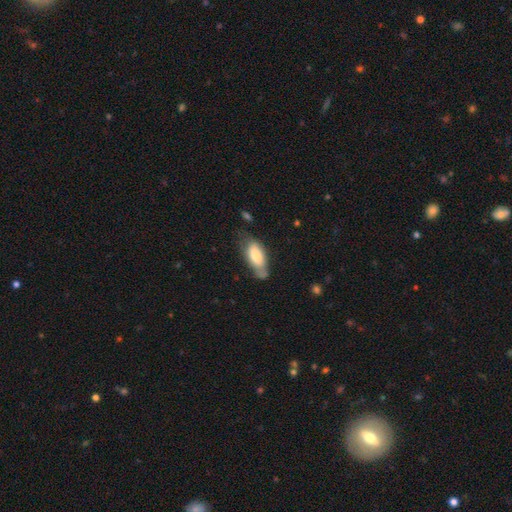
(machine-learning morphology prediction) This is likely a smooth galaxy (77%). How rounded: clearly in between (83%). Merging: possibly none (46%).